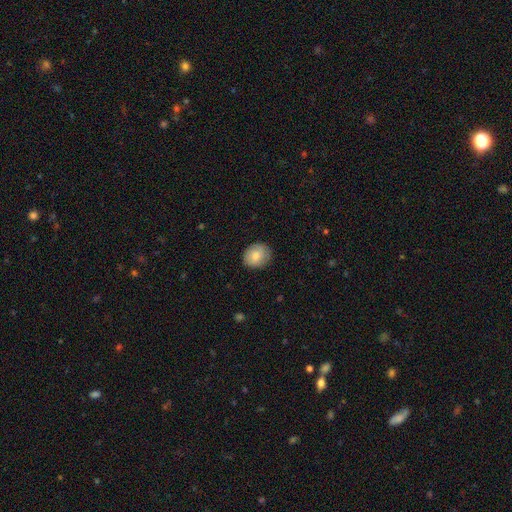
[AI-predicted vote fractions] Morphology: type=smooth (81%); roundness=round (60%); merging=none (84%).